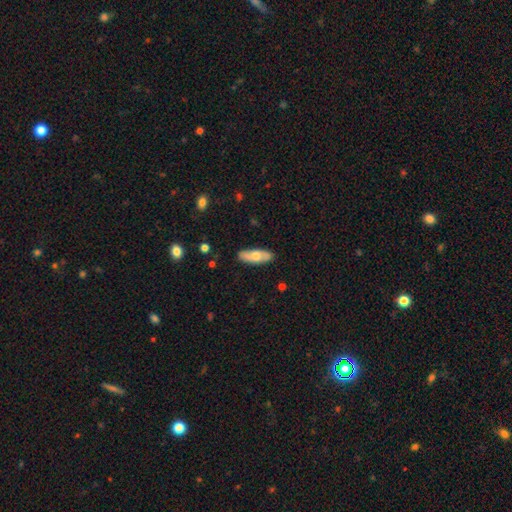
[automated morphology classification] type=smooth (63%); roundness=in between (66%); merging=none (86%).